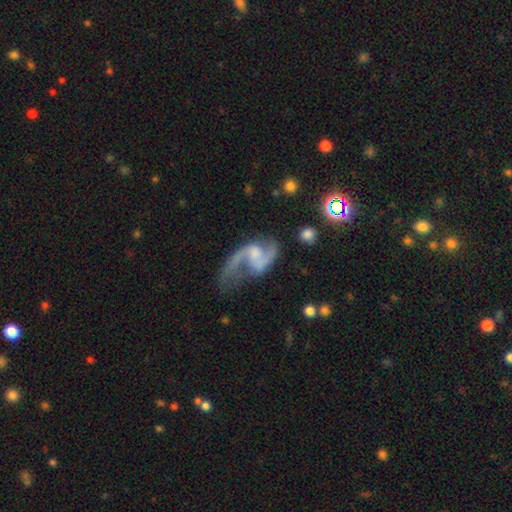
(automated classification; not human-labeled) A featured or disk galaxy (84%) with no bar (49%), 2 (85%) loose (71%) spiral arms (93%) and a small central bulge (37%).

Vote fractions:
- Smooth or featured? featured or disk: 84% / smooth: 9% / star or artifact: 7%
- Edge-on disk? no: 97% / yes: 3%
- Bar? no: 49% / weak: 41% / strong: 10%
- Spiral arms? yes: 93% / no: 7%
- Spiral winding? loose: 71% / medium: 25% / tight: 5%
- Spiral arm count? 2: 85% / 1: 8% / can't tell: 3% / 3: 1% / 4: 1% / more than 4: 1%
- Bulge size? small: 37% / moderate: 30% / none: 26% / large: 5% / dominant: 1%
- Merging? none: 38% / major disturbance: 34% / minor disturbance: 20% / merger: 8%